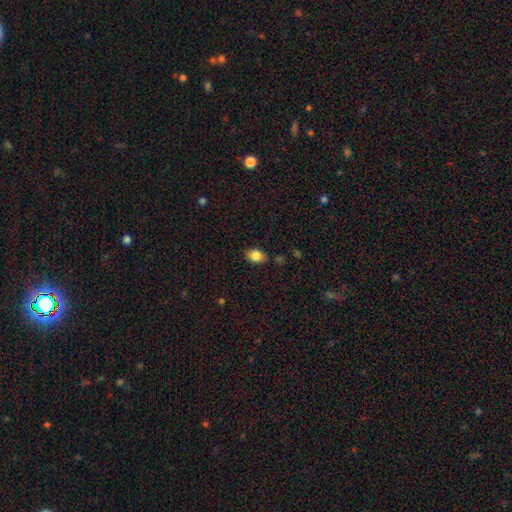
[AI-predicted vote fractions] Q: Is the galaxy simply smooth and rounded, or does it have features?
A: smooth — 85%.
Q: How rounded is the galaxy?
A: in between — 79%.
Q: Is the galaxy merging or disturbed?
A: none — 82%.